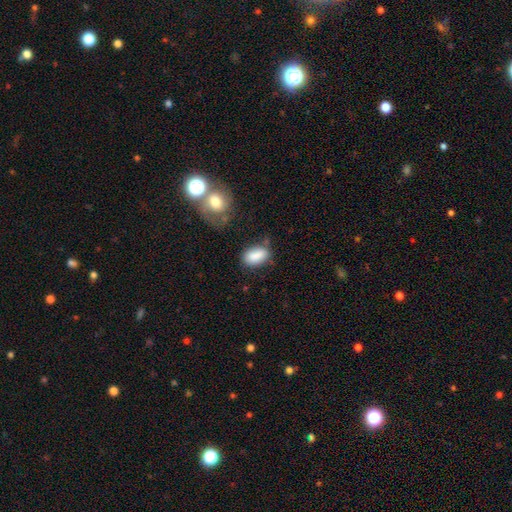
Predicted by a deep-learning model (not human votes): smooth-or-featured: smooth: 86% | star or artifact: 8% | featured or disk: 7%
  how-rounded: in between: 91% | round: 6% | cigar-shaped: 3%
  merging: none: 63% | minor disturbance: 22% | merger: 8% | major disturbance: 7%